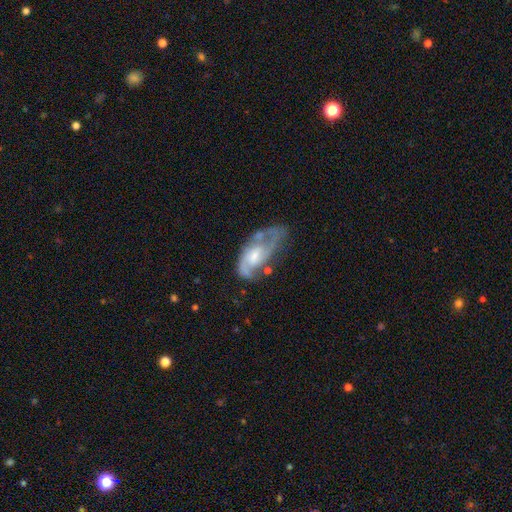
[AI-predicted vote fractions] Morphology: type=featured or disk (74%); edge-on=no (92%); bar=no (65%); spiral arms=yes (81%); winding=medium (44%); arm count=2 (56%); bulge=moderate (50%); merging=none (51%).